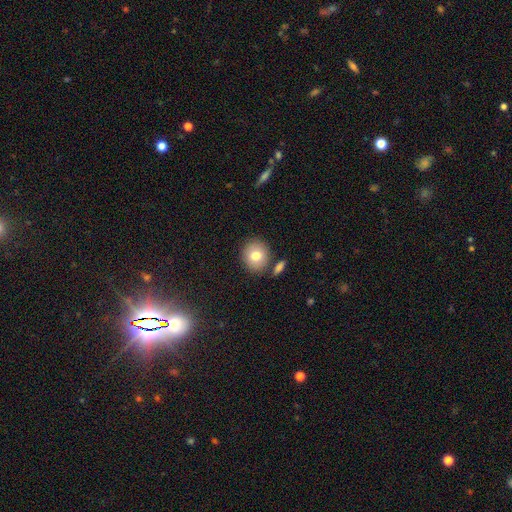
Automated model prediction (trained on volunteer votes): Smooth or featured? smooth (77%)
How rounded? round (80%)
Merging? none (78%)